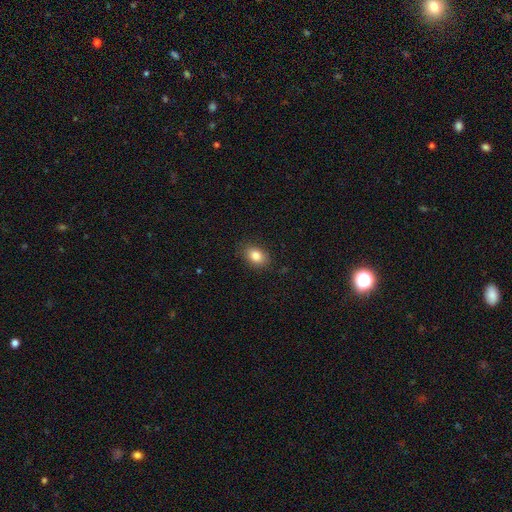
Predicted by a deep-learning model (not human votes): The model was most divided on "how rounded": in between: 79%, round: 19%, cigar-shaped: 1%. More confident: merging — none (85%); smooth or featured — smooth (84%).